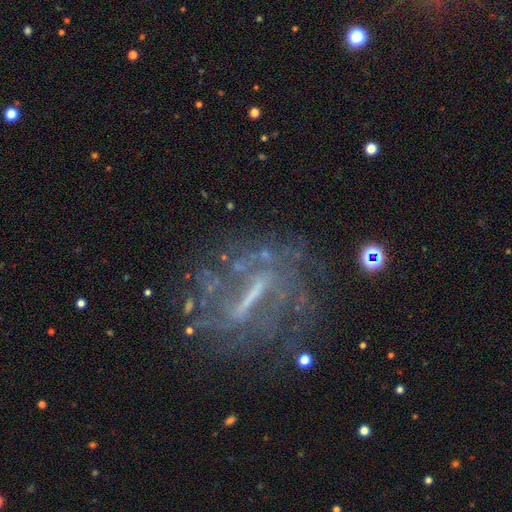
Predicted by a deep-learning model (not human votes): Overall: featured or disk (77%). Edge-on disk: no (87%). Bar: strong (65%). Spiral arms: yes (65%; no 35%). Bulge size: none (41%; small 31%). Merging: none (58%; major disturbance 20%).